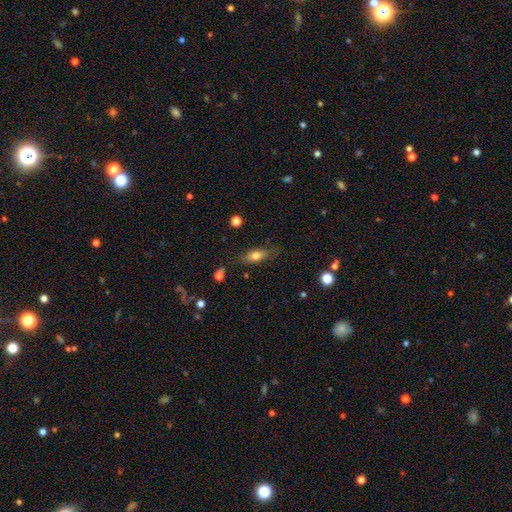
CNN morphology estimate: Overall: smooth (72%). How rounded: in between (74%). Merging: none (71%).